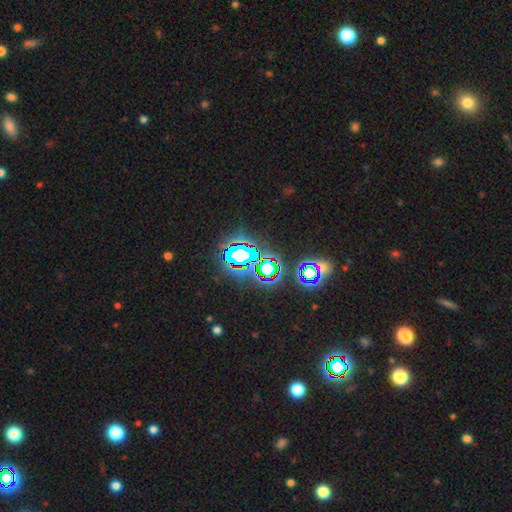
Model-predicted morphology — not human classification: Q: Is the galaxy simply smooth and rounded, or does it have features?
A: star or artifact — 81%.